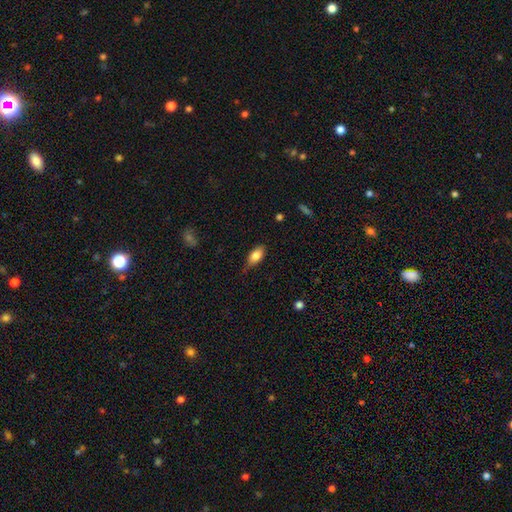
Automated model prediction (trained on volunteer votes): Smooth or featured? smooth (83%)
How rounded? in between (89%)
Merging? none (62%)